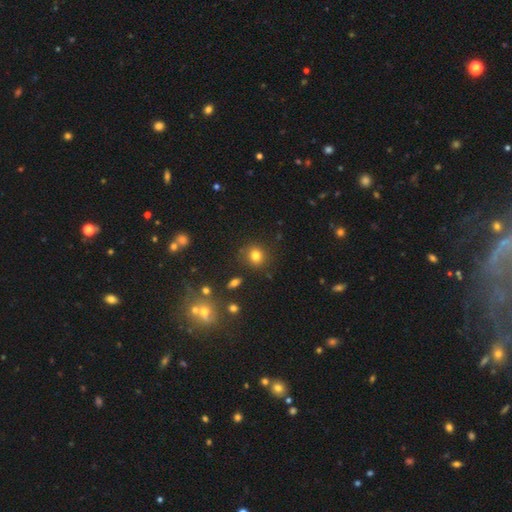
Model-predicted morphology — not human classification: A smooth galaxy with no disk features (79%) that is round (85%).

Vote fractions:
- Smooth or featured? smooth: 79% / star or artifact: 14% / featured or disk: 7%
- How rounded? round: 85% / in between: 14% / cigar-shaped: 1%
- Merging? none: 85% / minor disturbance: 9% / merger: 3% / major disturbance: 3%